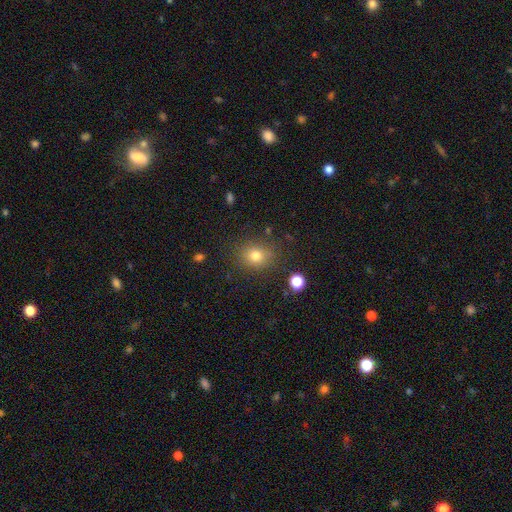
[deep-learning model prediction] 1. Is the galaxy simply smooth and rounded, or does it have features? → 78% smooth, 14% star or artifact, 8% featured or disk.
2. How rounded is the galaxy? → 70% round, 29% in between, 1% cigar-shaped.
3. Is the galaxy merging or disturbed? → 83% none, 11% minor disturbance, 4% major disturbance, 3% merger.